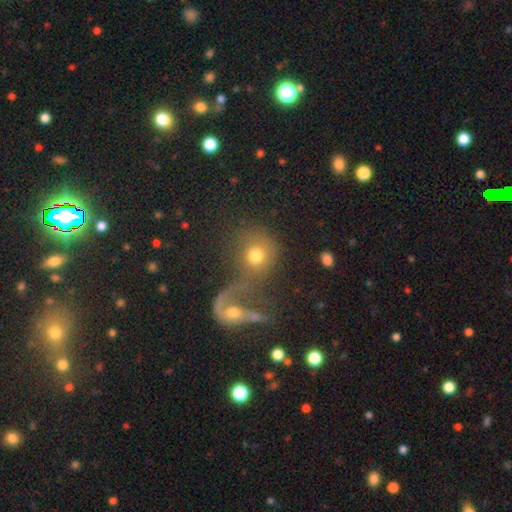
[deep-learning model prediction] Morphology: type=smooth (64%); roundness=round (81%); merging=merger (49%).